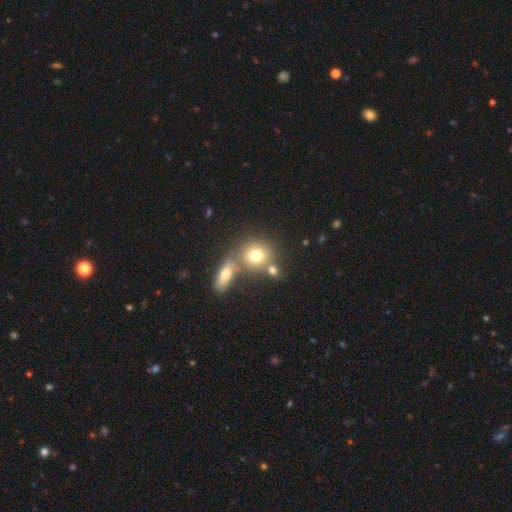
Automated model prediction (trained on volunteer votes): smooth_or_featured: smooth (p=0.74) [alt: featured or disk p=0.15]
how_rounded: round (p=0.76) [alt: in between p=0.22]
merging: none (p=0.51) [alt: merger p=0.36]